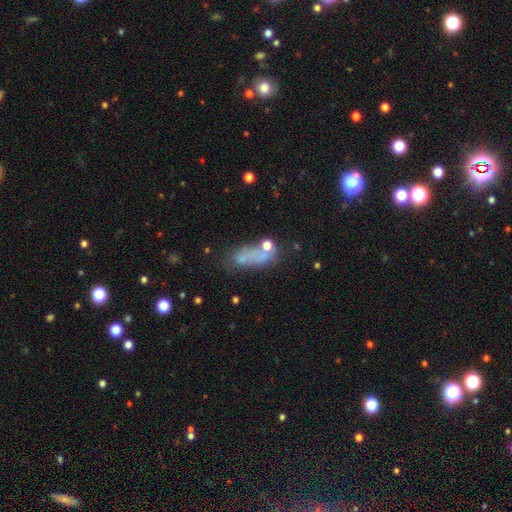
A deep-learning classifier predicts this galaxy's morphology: Smooth or featured: smooth — 50% (featured or disk — 29%)
Merging: none — 39% (merger — 24%)